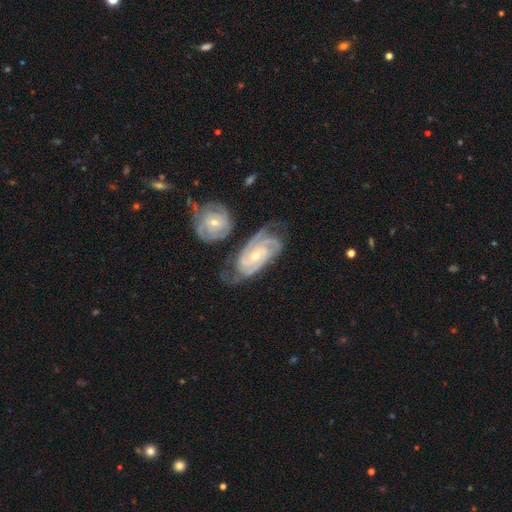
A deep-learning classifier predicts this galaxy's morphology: Smooth or featured? featured or disk (90%)
Edge-on disk? no (96%)
Bar? no (58%)
Spiral arms? yes (98%)
Spiral winding? tight (72%)
Spiral arm count? 3 (34%)
Bulge size? small (58%)
Merging? none (56%)